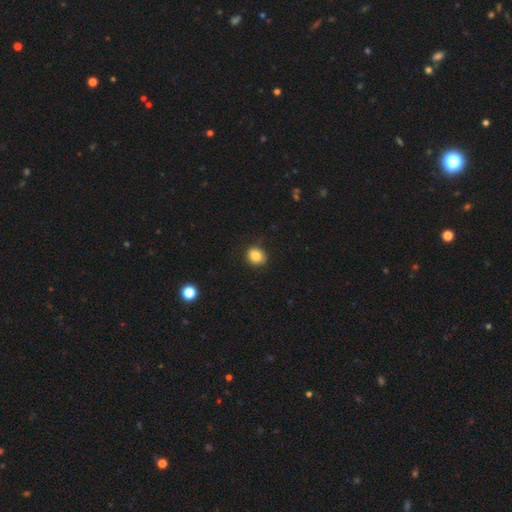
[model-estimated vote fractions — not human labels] smooth-or-featured: smooth: 84% | star or artifact: 10% | featured or disk: 6%
  how-rounded: round: 76% | in between: 23% | cigar-shaped: 1%
  merging: none: 84% | minor disturbance: 12% | major disturbance: 3% | merger: 1%